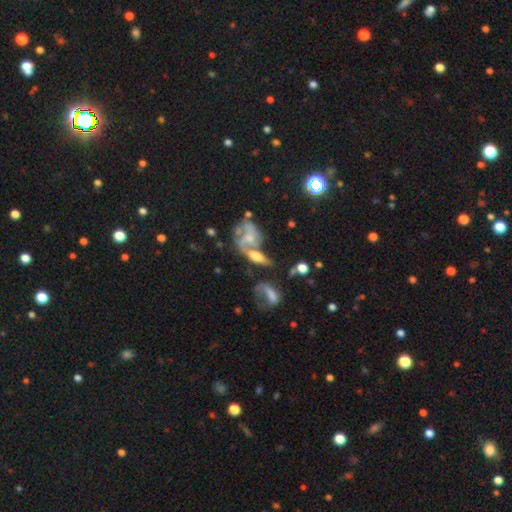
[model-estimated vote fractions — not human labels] smooth_or_featured: featured or disk (p=0.58) [alt: smooth p=0.31]
disk_edge_on: no (p=0.87) [alt: yes p=0.13]
bar: no (p=0.73) [alt: weak p=0.21]
has_spiral_arms: yes (p=0.59) [alt: no p=0.41]
bulge_size: small (p=0.38) [alt: moderate p=0.37]
merging: merger (p=0.47) [alt: none p=0.25]